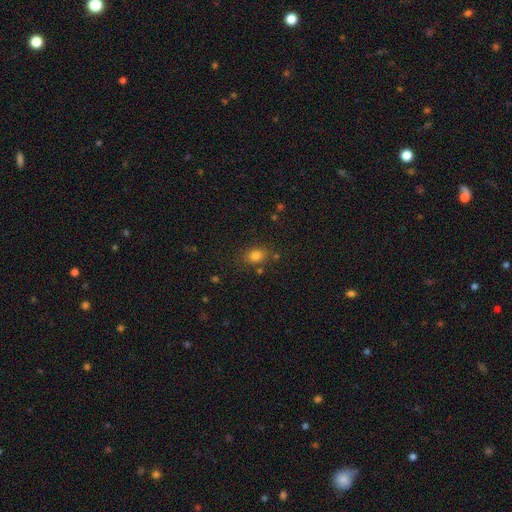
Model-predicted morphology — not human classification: type=smooth (79%); roundness=in between (64%); merging=none (76%).